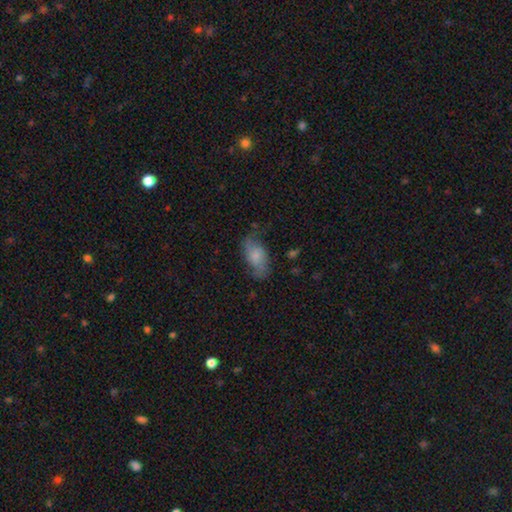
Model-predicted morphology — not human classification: A smooth galaxy with no disk features (54%) that is in between round and cigar-shaped (89%). Merging: none (59%).